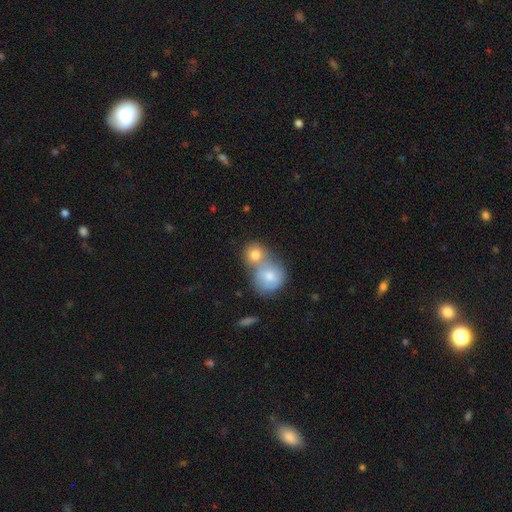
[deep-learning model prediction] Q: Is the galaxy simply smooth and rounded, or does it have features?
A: smooth — 70%.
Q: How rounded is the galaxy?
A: round — 80%.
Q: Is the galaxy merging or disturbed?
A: merger — 60%.